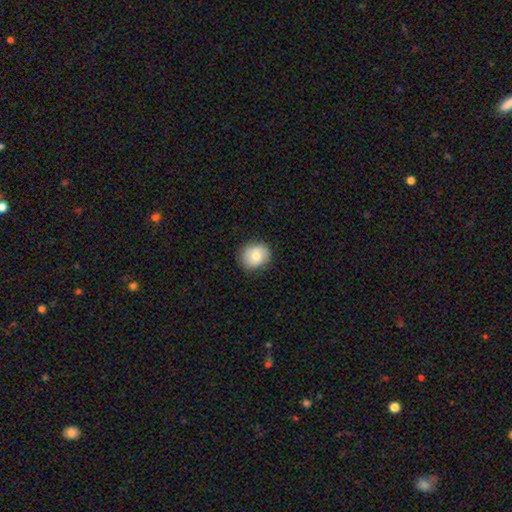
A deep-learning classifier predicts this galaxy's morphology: smooth 78%, featured or disk 14%, star or artifact 8%. Down the decision tree: how rounded — round (76%); merging — none (85%).